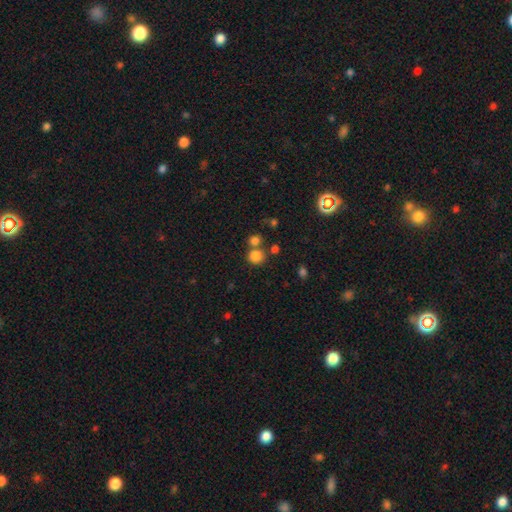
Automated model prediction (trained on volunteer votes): A smooth galaxy with no disk features (80%) that is round (88%). Merging: none (64%).